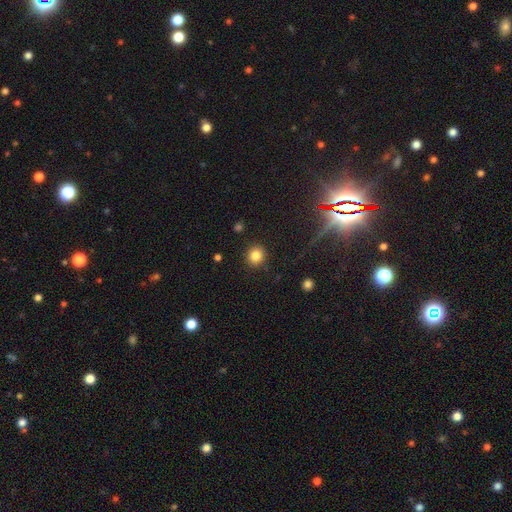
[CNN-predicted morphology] smooth_or_featured: smooth (p=0.82) [alt: star or artifact p=0.12]
how_rounded: round (p=0.89) [alt: in between p=0.10]
merging: none (p=0.90) [alt: minor disturbance p=0.06]